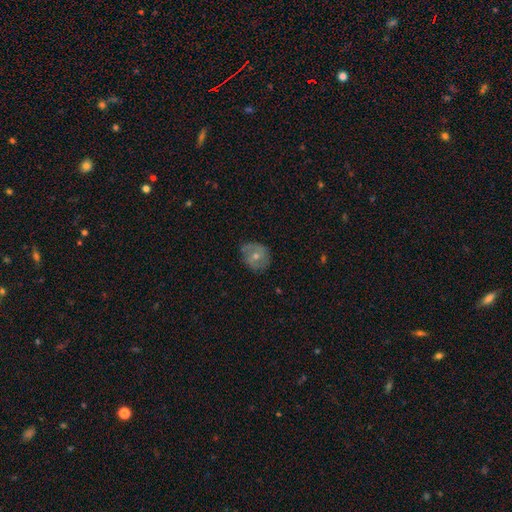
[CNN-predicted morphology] smooth_or_featured: smooth (p=0.48) [alt: featured or disk p=0.44]
merging: none (p=0.70) [alt: minor disturbance p=0.22]